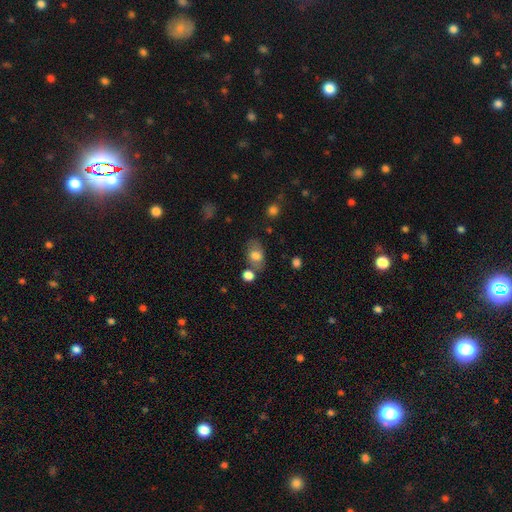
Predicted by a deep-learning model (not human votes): smooth-or-featured: smooth: 76% | featured or disk: 15% | star or artifact: 9%
  how-rounded: in between: 81% | round: 18% | cigar-shaped: 2%
  merging: none: 64% | minor disturbance: 18% | merger: 12% | major disturbance: 6%